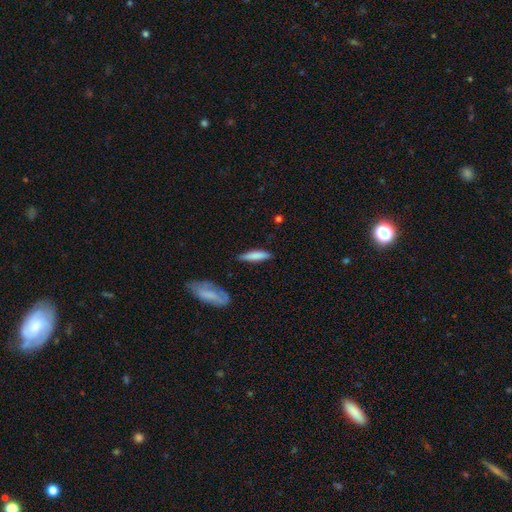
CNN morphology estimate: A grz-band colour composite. It shows a smooth galaxy with no disk features (79%) that is cigar-shaped (76%). Merging: none (82%).